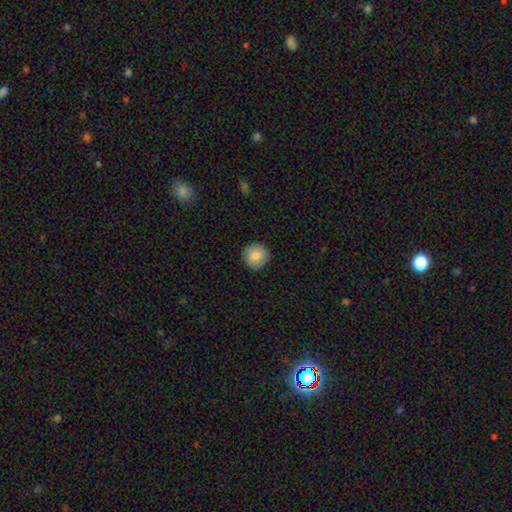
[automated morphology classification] Overall: smooth (83%). How rounded: round (94%). Merging: none (90%).